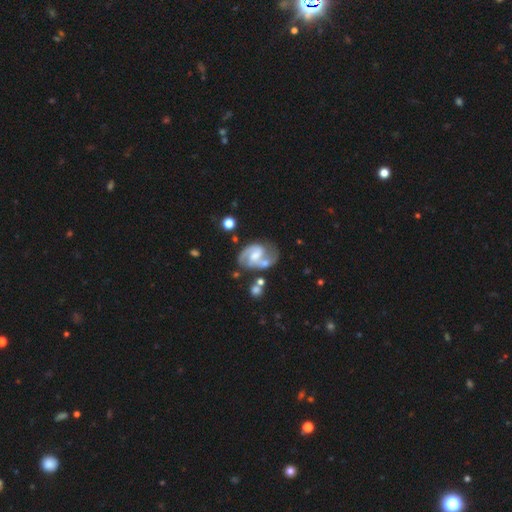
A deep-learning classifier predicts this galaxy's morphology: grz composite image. It shows a featured or disk galaxy (85%) with a weak bar (52%), 2 (86%) medium (56%) spiral arms (95%) and a small central bulge (37%). Merging: none (55%).